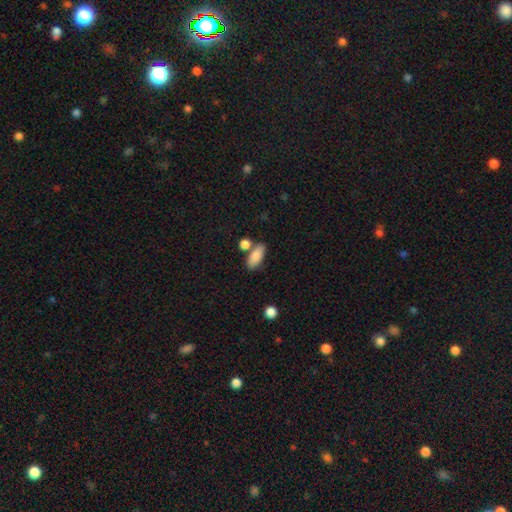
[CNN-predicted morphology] smooth 86%, featured or disk 7%, star or artifact 7%. Down the decision tree: how rounded — in between (85%); merging — none (63%).